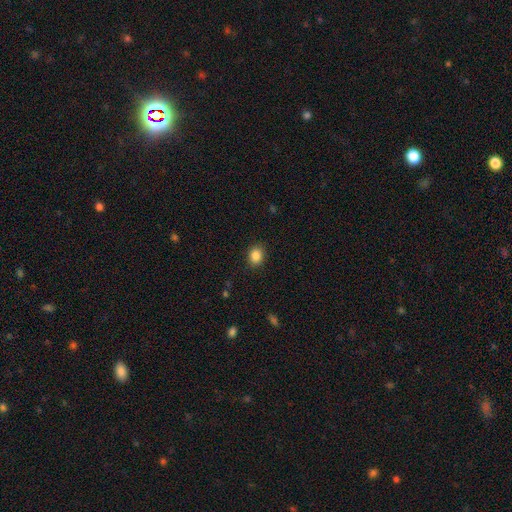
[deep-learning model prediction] Q: Smooth or featured?
A: smooth (87%); runner-up: star or artifact (9%)
Q: How rounded?
A: in between (55%); runner-up: round (44%)
Q: Merging?
A: none (89%); runner-up: minor disturbance (8%)